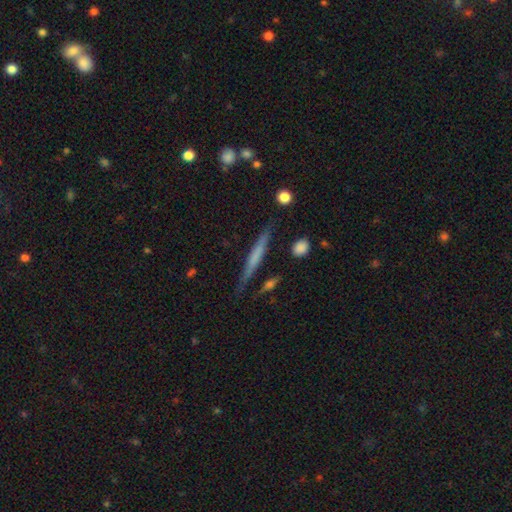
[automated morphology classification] Smooth or featured? smooth (49%)
Merging? none (83%)